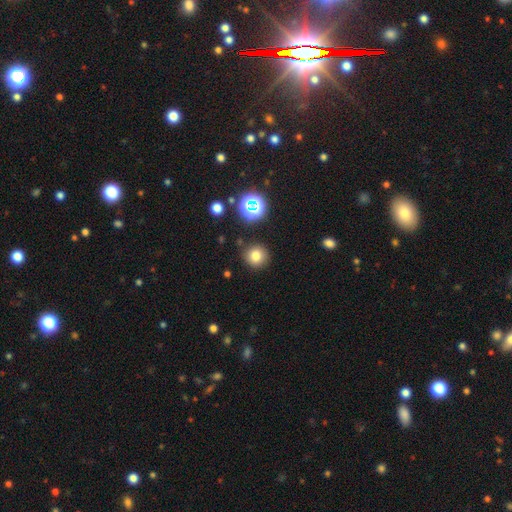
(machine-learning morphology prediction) The model was most divided on "smooth or featured": smooth: 77%, star or artifact: 16%, featured or disk: 7%. More confident: how rounded — round (91%); merging — none (86%).